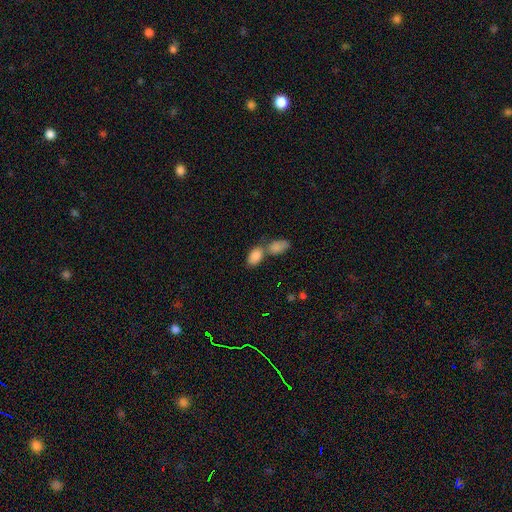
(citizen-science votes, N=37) Smooth or featured? 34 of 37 (92%) said smooth. How rounded? 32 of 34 (94%) said in between. Merging? 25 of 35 (71%) said merger.